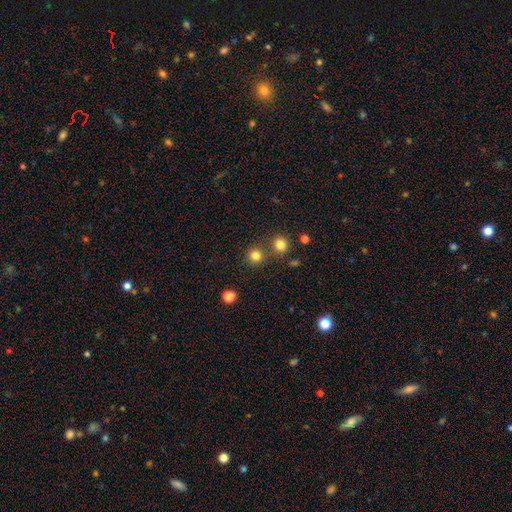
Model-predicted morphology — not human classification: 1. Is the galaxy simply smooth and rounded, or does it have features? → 80% smooth, 15% star or artifact, 5% featured or disk.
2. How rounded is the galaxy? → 93% round, 6% in between, 1% cigar-shaped.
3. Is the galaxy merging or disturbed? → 79% none, 12% merger, 7% minor disturbance, 3% major disturbance.